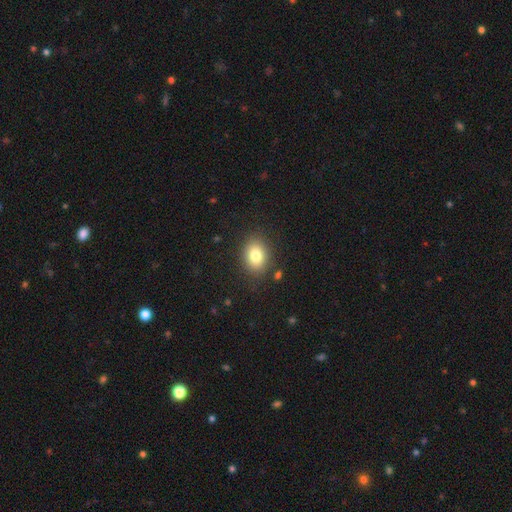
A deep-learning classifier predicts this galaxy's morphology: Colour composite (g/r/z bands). It shows a smooth galaxy with no disk features (81%) that is in between round and cigar-shaped (59%). Merging: none (86%).